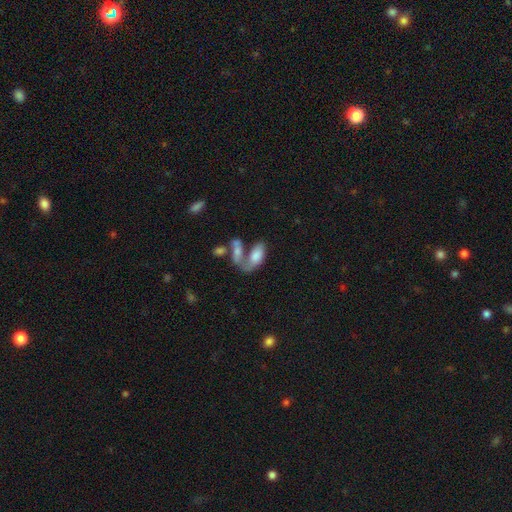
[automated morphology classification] smooth 69%, featured or disk 23%, star or artifact 8%. Down the decision tree: how rounded — in between (90%); merging — merger (53%).